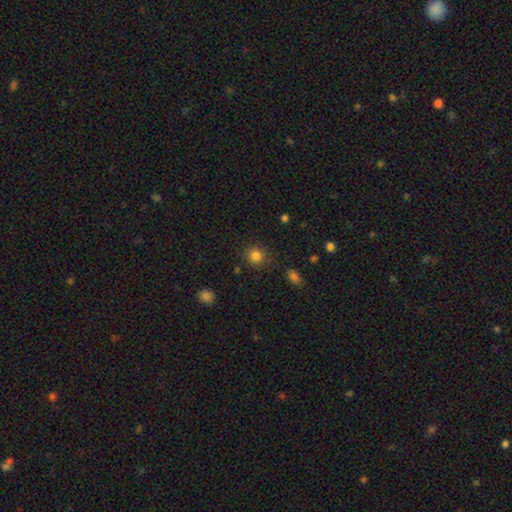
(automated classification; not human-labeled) Smooth or featured: smooth — 83% (star or artifact — 12%)
How rounded: round — 90% (in between — 9%)
Merging: none — 86% (minor disturbance — 9%)